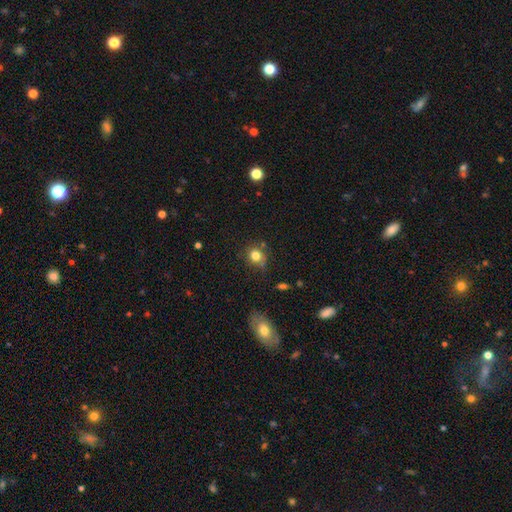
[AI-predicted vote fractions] The model was most divided on "merging": none: 64%, minor disturbance: 23%, major disturbance: 7%, merger: 5%. More confident: smooth or featured — smooth (80%); how rounded — round (79%).